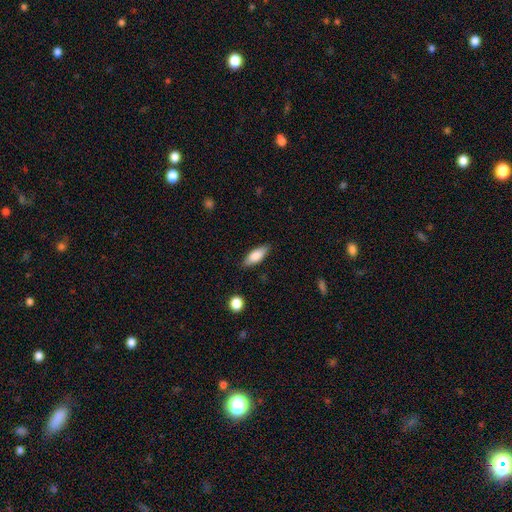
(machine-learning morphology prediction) This appears to be a smooth galaxy with no disk features (80%) that is in between round and cigar-shaped (69%). Merging: none (83%).